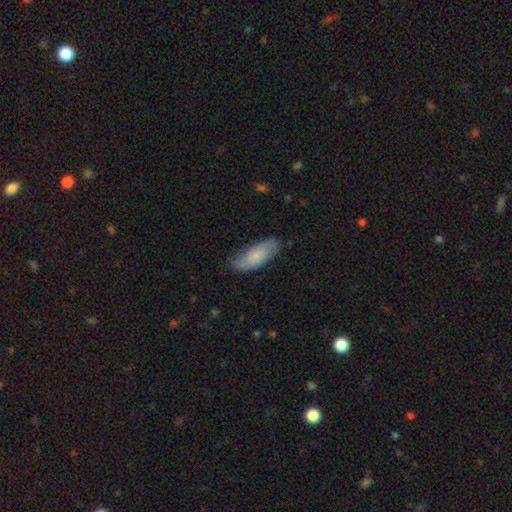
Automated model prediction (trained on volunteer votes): Smooth or featured?
  - smooth: 66% *
  - featured or disk: 28%
  - star or artifact: 6%
How rounded?
  - in between: 79% *
  - cigar-shaped: 19%
  - round: 2%
Merging?
  - none: 71% *
  - minor disturbance: 23%
  - major disturbance: 5%
  - merger: 1%